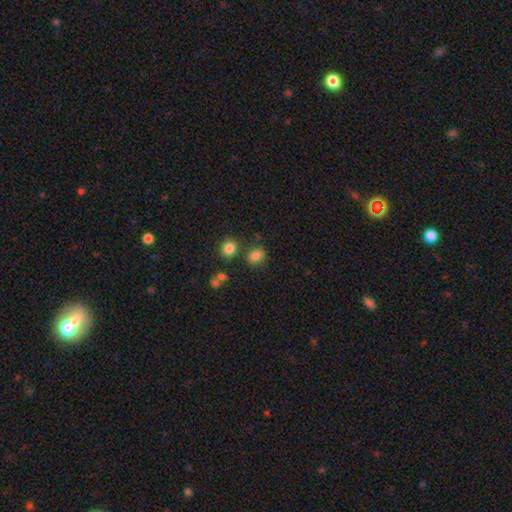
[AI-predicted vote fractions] Smooth or featured?
  - smooth: 82% *
  - star or artifact: 12%
  - featured or disk: 6%
How rounded?
  - in between: 54% *
  - round: 45%
  - cigar-shaped: 1%
Merging?
  - none: 71% *
  - minor disturbance: 14%
  - merger: 11%
  - major disturbance: 4%